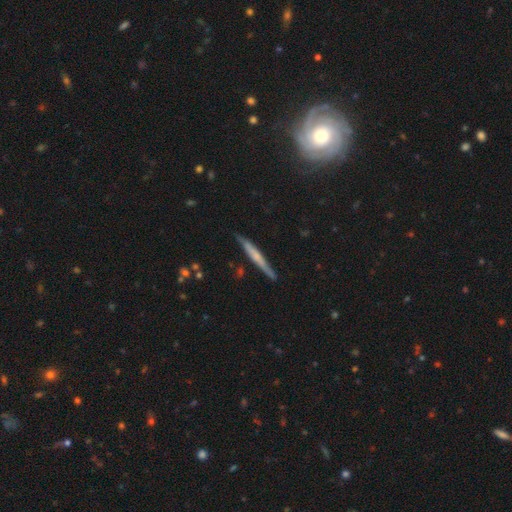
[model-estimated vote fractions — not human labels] This is possibly a featured or disk galaxy (54%). It is clearly viewed edge-on (96%). Edge-on bulge: possibly none (56%). Merging: clearly none (85%).